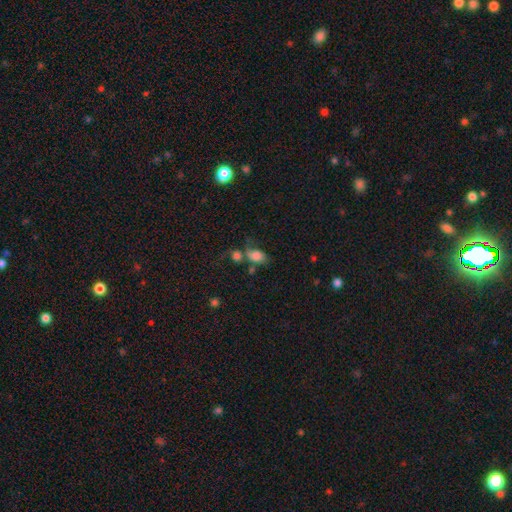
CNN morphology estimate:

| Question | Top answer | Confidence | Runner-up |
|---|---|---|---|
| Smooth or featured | smooth | 76% | featured or disk (12%) |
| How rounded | in between | 81% | round (17%) |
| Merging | merger | 36% | none (28%) |